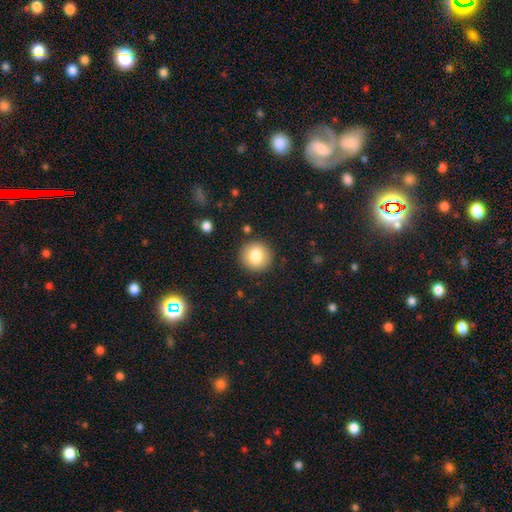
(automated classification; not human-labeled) Smooth or featured? smooth (80%)
How rounded? round (92%)
Merging? none (90%)